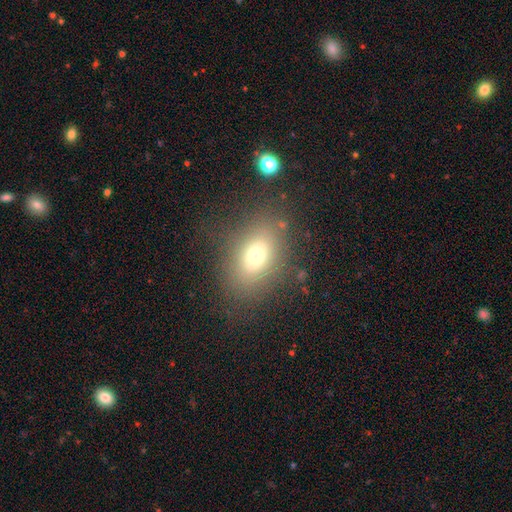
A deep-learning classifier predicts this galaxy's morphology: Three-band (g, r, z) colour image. It shows a smooth galaxy with no disk features (69%) that is in between round and cigar-shaped (79%). Merging: none (77%).